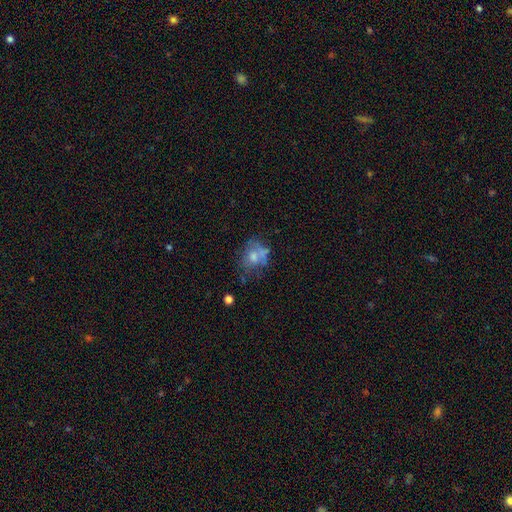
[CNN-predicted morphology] smooth_or_featured: smooth (p=0.53) [alt: featured or disk p=0.35]
how_rounded: in between (p=0.51) [alt: round p=0.48]
merging: none (p=0.38) [alt: major disturbance p=0.24]